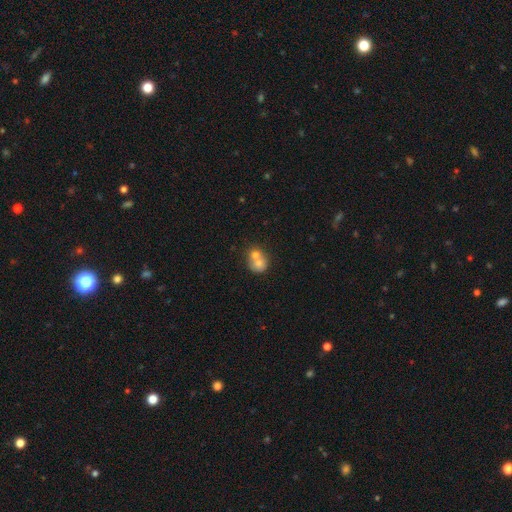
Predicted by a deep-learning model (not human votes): Smooth or featured?
  - smooth: 68% *
  - featured or disk: 23%
  - star or artifact: 9%
How rounded?
  - round: 71% *
  - in between: 28%
  - cigar-shaped: 1%
Merging?
  - merger: 65% *
  - none: 26%
  - minor disturbance: 6%
  - major disturbance: 3%